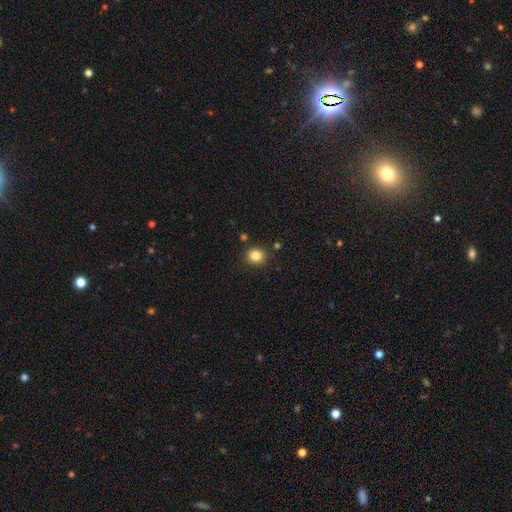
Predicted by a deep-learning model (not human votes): smooth_or_featured: smooth (p=0.84) [alt: star or artifact p=0.11]
how_rounded: round (p=0.82) [alt: in between p=0.17]
merging: none (p=0.88) [alt: minor disturbance p=0.07]